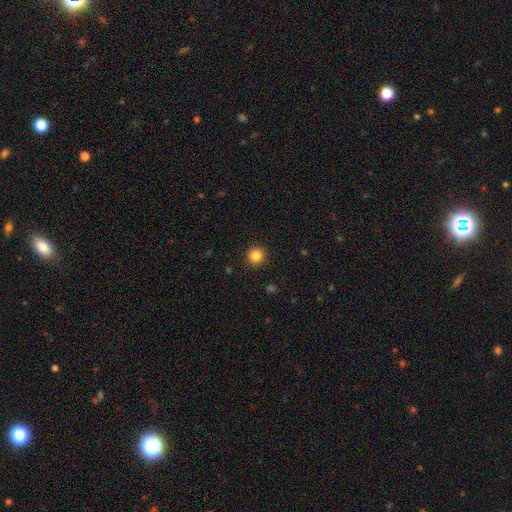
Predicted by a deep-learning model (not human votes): Q: Smooth or featured?
A: smooth (85%); runner-up: star or artifact (11%)
Q: How rounded?
A: round (94%); runner-up: in between (5%)
Q: Merging?
A: none (92%); runner-up: minor disturbance (5%)